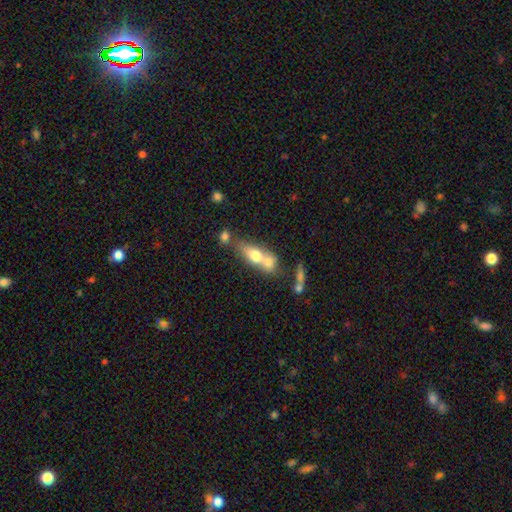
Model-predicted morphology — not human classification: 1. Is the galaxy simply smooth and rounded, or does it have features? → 63% smooth, 28% featured or disk, 9% star or artifact.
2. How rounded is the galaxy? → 58% in between, 25% cigar-shaped, 17% round.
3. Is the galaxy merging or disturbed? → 63% merger, 24% none, 8% minor disturbance, 5% major disturbance.